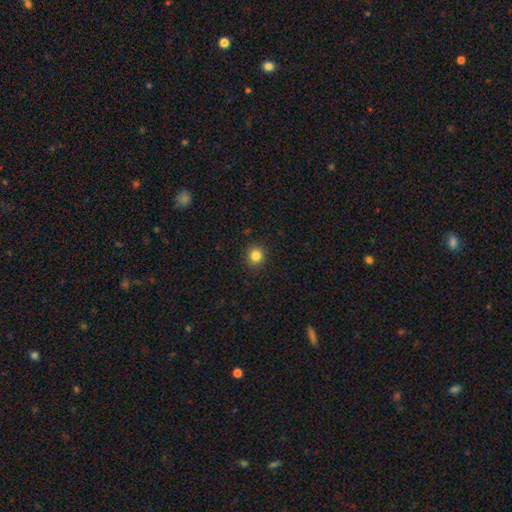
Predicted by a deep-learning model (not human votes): smooth_or_featured: smooth (p=0.84) [alt: star or artifact p=0.12]
how_rounded: round (p=0.90) [alt: in between p=0.09]
merging: none (p=0.91) [alt: minor disturbance p=0.06]